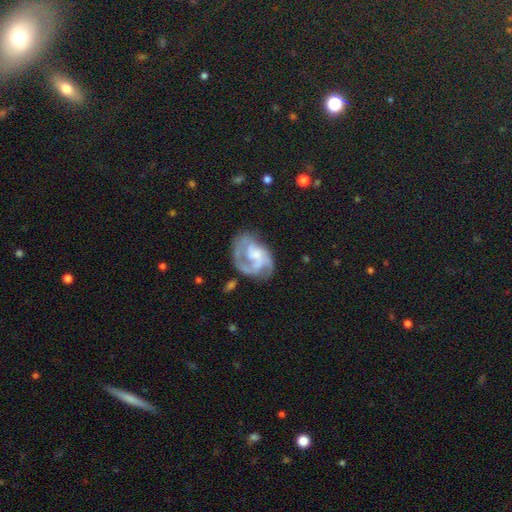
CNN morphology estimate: The model was most divided on "bulge size": small: 31%, none: 30%, moderate: 26%, large: 11%, dominant: 2%. Remaining: edge-on disk — no (98%); spiral arms — yes (87%); smooth or featured — featured or disk (75%); bar — no (65%); merging — none (46%); spiral winding — medium (44%); spiral arm count — 2 (32%).